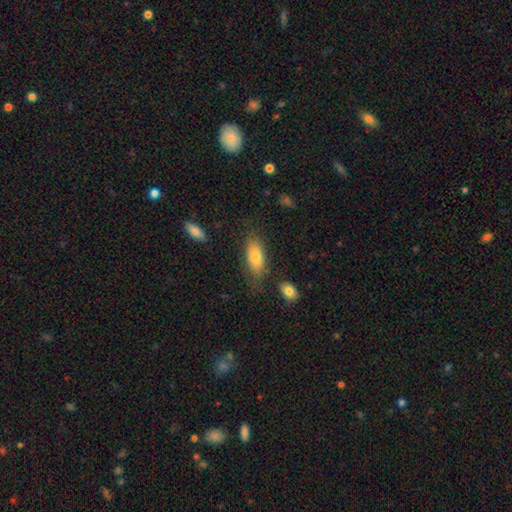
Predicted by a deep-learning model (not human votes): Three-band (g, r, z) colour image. It shows a smooth galaxy with no disk features (78%) that is in between round and cigar-shaped (77%). Merging: none (70%).